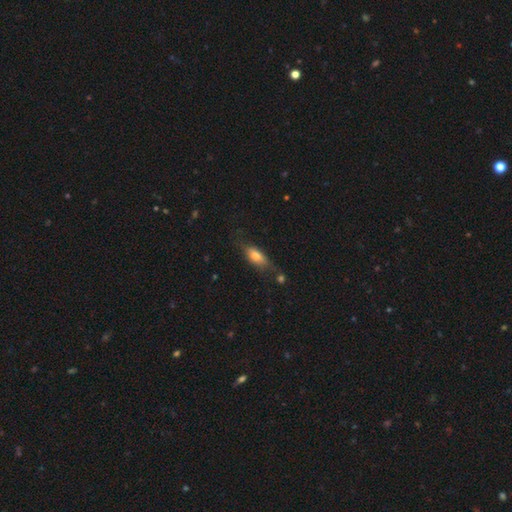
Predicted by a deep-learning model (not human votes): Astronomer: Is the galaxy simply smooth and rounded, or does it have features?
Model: smooth — 70%.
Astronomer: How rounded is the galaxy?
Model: in between — 70%.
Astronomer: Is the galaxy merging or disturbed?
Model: none — 62%.